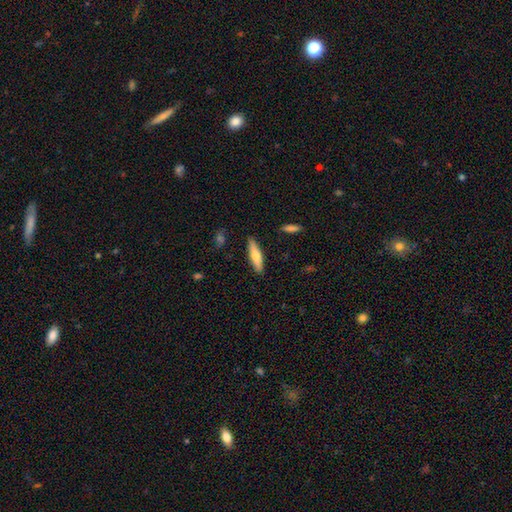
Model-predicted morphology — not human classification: A smooth galaxy with no disk features (63%) that is cigar-shaped (74%). Merging: none (88%).